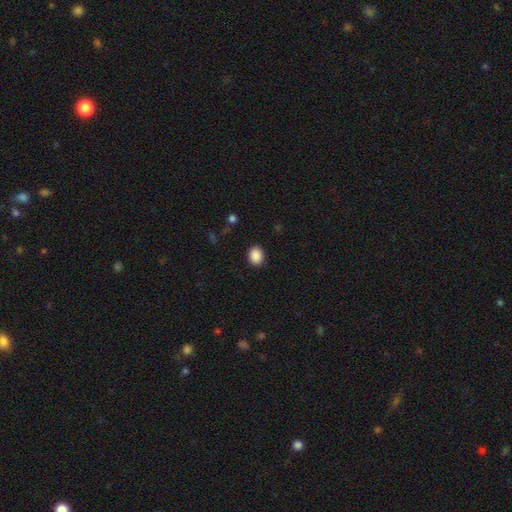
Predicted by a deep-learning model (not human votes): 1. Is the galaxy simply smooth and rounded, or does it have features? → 89% smooth, 8% star or artifact, 3% featured or disk.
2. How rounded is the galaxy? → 53% in between, 46% round, 1% cigar-shaped.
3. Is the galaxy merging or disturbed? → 89% none, 7% minor disturbance, 2% major disturbance, 1% merger.